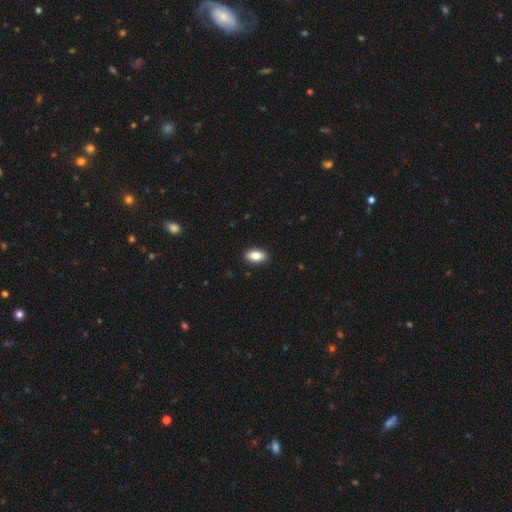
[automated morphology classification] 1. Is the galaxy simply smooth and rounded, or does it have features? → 86% smooth, 7% featured or disk, 7% star or artifact.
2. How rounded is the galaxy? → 91% in between, 5% round, 4% cigar-shaped.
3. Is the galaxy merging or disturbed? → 90% none, 7% minor disturbance, 2% major disturbance, 1% merger.